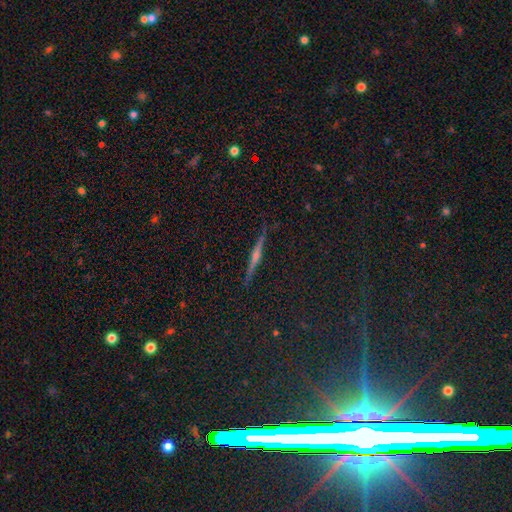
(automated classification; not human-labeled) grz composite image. It shows a featured or disk galaxy (43%). Merging: none (86%).